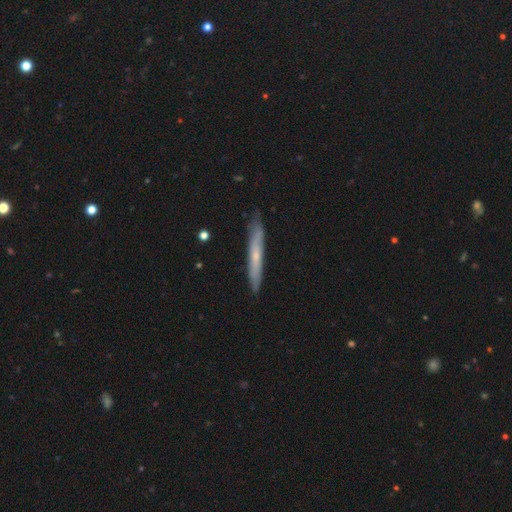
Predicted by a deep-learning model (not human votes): smooth 48%, featured or disk 46%, star or artifact 6%. Down the decision tree: merging — none (85%).